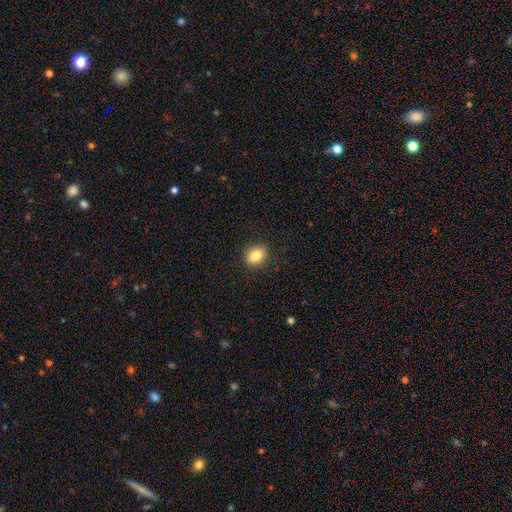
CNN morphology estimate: Smooth or featured: smooth — 85% (star or artifact — 9%)
How rounded: round — 50% (in between — 49%)
Merging: none — 87% (minor disturbance — 9%)